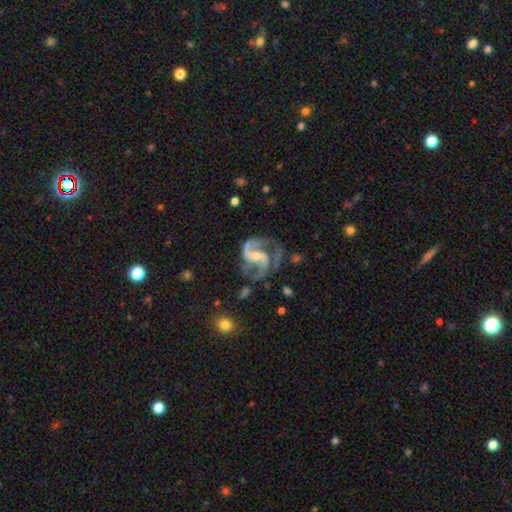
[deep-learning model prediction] Q: Smooth or featured?
A: featured or disk (92%); runner-up: star or artifact (5%)
Q: Edge-on disk?
A: no (98%); runner-up: yes (2%)
Q: Bar?
A: weak (42%); runner-up: no (34%)
Q: Spiral arms?
A: yes (98%); runner-up: no (2%)
Q: Spiral winding?
A: medium (60%); runner-up: loose (27%)
Q: Spiral arm count?
A: 2 (84%); runner-up: 3 (7%)
Q: Bulge size?
A: small (54%); runner-up: moderate (39%)
Q: Merging?
A: none (58%); runner-up: minor disturbance (21%)